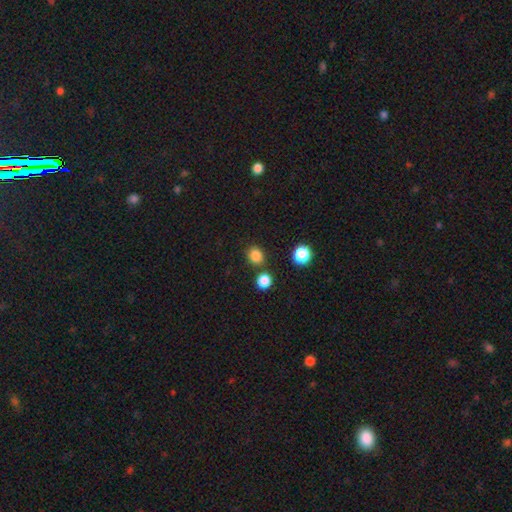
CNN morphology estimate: A smooth galaxy with no disk features (83%) that is round (71%).

Vote fractions:
- Smooth or featured? smooth: 83% / star or artifact: 13% / featured or disk: 4%
- How rounded? round: 71% / in between: 28% / cigar-shaped: 1%
- Merging? none: 79% / merger: 9% / minor disturbance: 9% / major disturbance: 3%